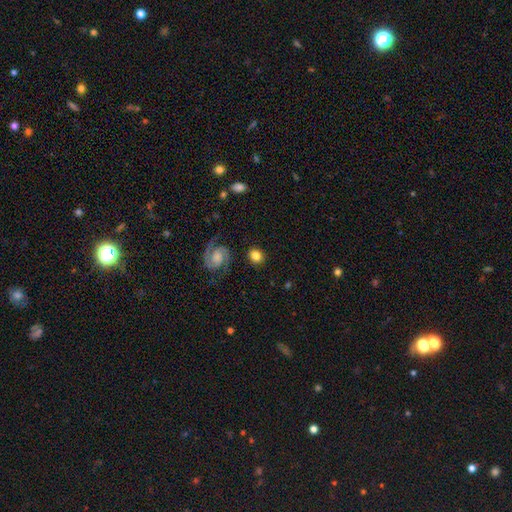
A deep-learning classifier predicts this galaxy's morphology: A smooth galaxy with no disk features (74%) that is round (81%).

Vote fractions:
- Smooth or featured? smooth: 74% / featured or disk: 17% / star or artifact: 9%
- How rounded? round: 81% / in between: 18% / cigar-shaped: 1%
- Merging? none: 85% / minor disturbance: 9% / major disturbance: 3% / merger: 3%